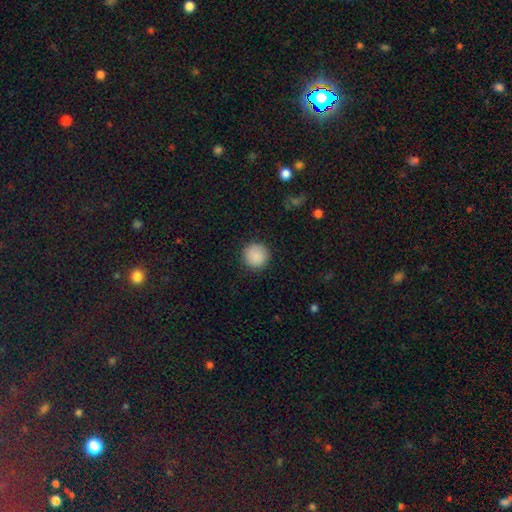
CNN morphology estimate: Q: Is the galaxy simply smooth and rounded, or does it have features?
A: smooth — 90%.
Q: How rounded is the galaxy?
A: round — 95%.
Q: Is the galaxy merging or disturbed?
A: none — 91%.